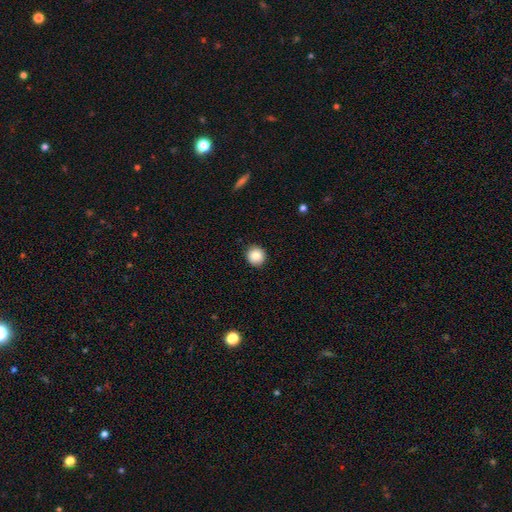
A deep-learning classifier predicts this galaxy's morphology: A smooth galaxy with no disk features (84%) that is round (95%).

Vote fractions:
- Smooth or featured? smooth: 84% / star or artifact: 9% / featured or disk: 7%
- How rounded? round: 95% / in between: 4% / cigar-shaped: 1%
- Merging? none: 93% / minor disturbance: 5% / major disturbance: 2% / merger: 1%